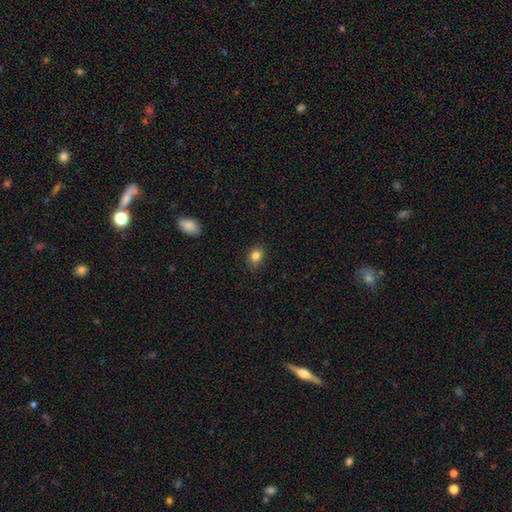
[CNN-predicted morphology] The model was most divided on "how rounded": round: 57%, in between: 42%, cigar-shaped: 1%. More confident: merging — none (86%); smooth or featured — smooth (84%).